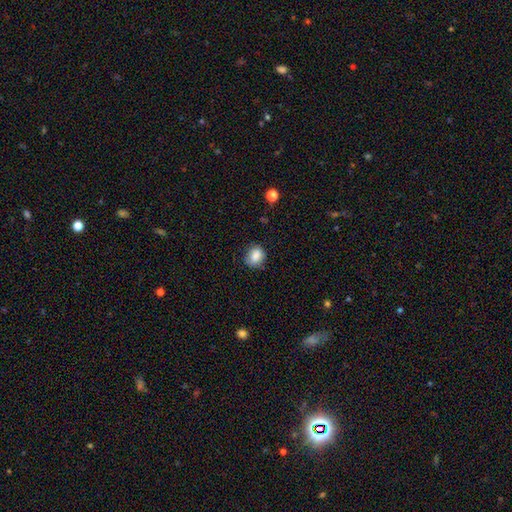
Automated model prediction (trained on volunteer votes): Morphology: type=smooth (84%); roundness=round (59%); merging=none (72%).